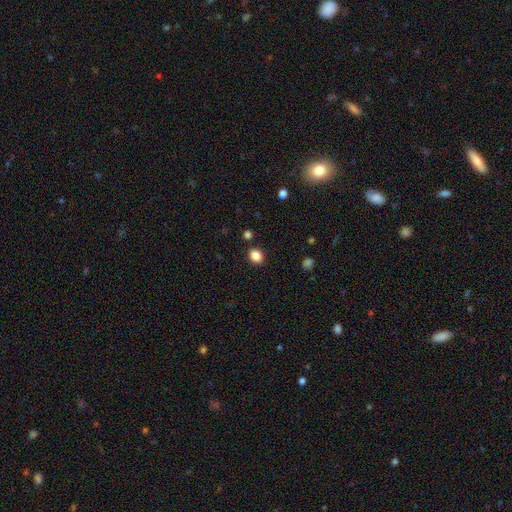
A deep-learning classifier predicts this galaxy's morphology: Overall: smooth (85%). How rounded: round (51%; in between 48%). Merging: none (86%).